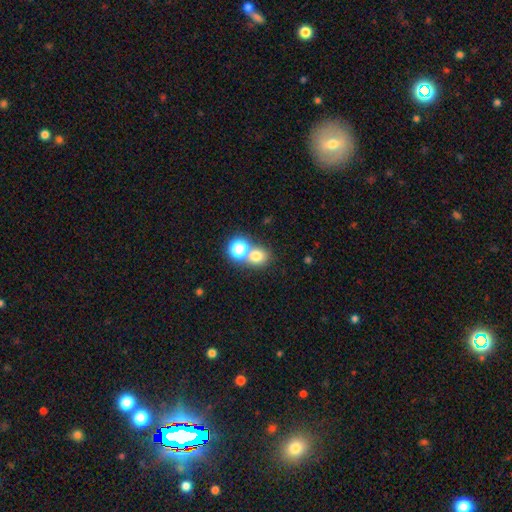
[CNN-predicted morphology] The model was most divided on "merging": none: 55%, merger: 34%, minor disturbance: 8%, major disturbance: 4%. More confident: how rounded — round (77%); smooth or featured — smooth (71%).